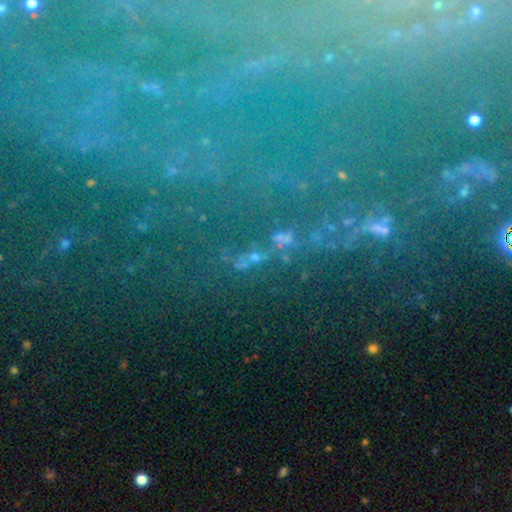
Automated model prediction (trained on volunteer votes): star or artifact 66%, featured or disk 20%, smooth 13%.